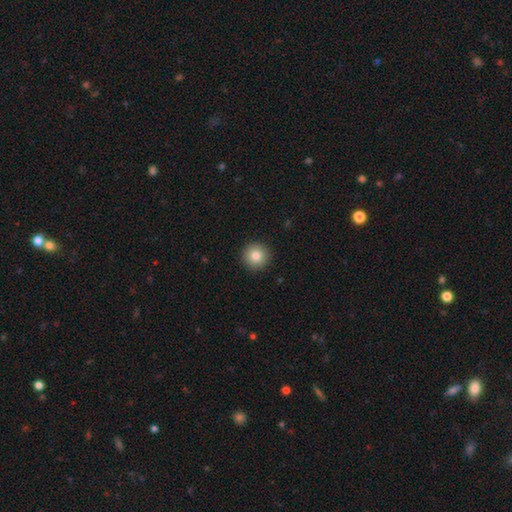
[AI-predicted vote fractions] This is clearly a smooth galaxy (83%). How rounded: clearly round (96%). Merging: clearly none (93%).